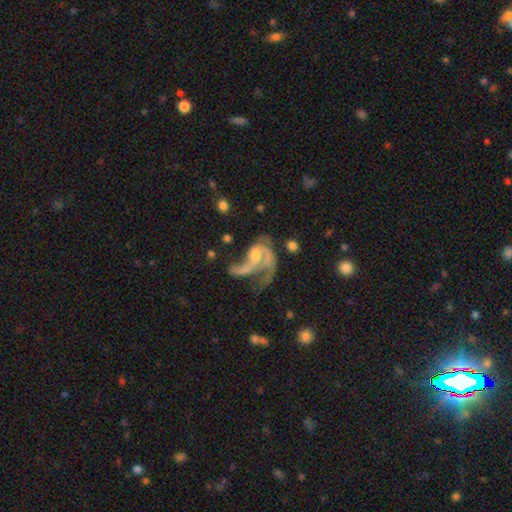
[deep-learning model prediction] Smooth or featured? featured or disk (78%)
Edge-on disk? no (97%)
Bar? no (59%)
Spiral arms? yes (84%)
Spiral winding? loose (51%)
Spiral arm count? 2 (42%)
Bulge size? moderate (44%)
Merging? major disturbance (46%)